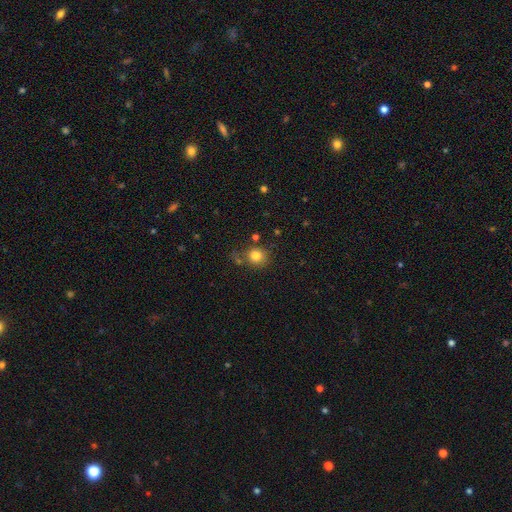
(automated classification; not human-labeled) The model was most divided on "merging": none: 68%, minor disturbance: 16%, merger: 9%, major disturbance: 6%. More confident: how rounded — round (84%); smooth or featured — smooth (81%).